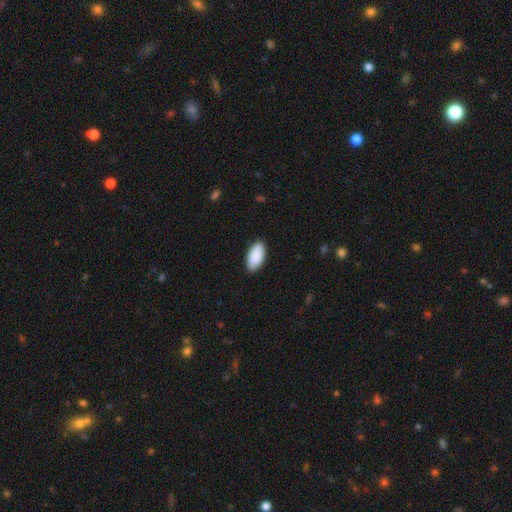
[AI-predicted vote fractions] This appears to be a smooth galaxy with no disk features (91%) that is in between round and cigar-shaped (96%). Merging: none (87%).